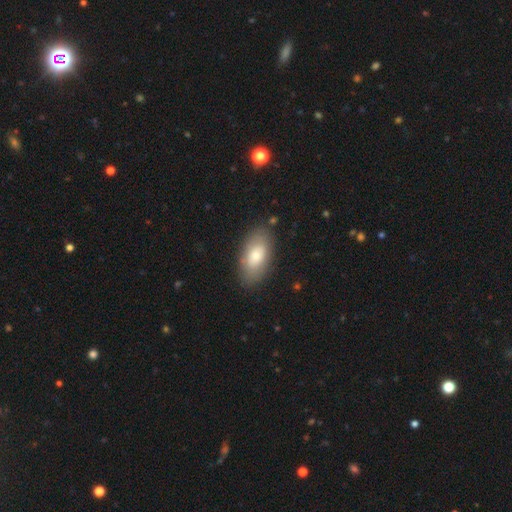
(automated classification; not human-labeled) smooth-or-featured: smooth: 76% | featured or disk: 17% | star or artifact: 6%
  how-rounded: in between: 93% | round: 4% | cigar-shaped: 3%
  merging: none: 81% | minor disturbance: 13% | major disturbance: 4% | merger: 2%